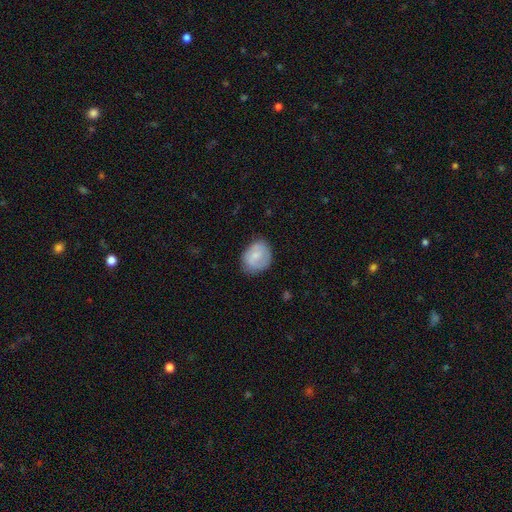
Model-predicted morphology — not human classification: Smooth or featured?
  - smooth: 66% *
  - featured or disk: 27%
  - star or artifact: 7%
How rounded?
  - round: 52% *
  - in between: 47%
  - cigar-shaped: 1%
Merging?
  - none: 70% *
  - minor disturbance: 22%
  - major disturbance: 6%
  - merger: 1%